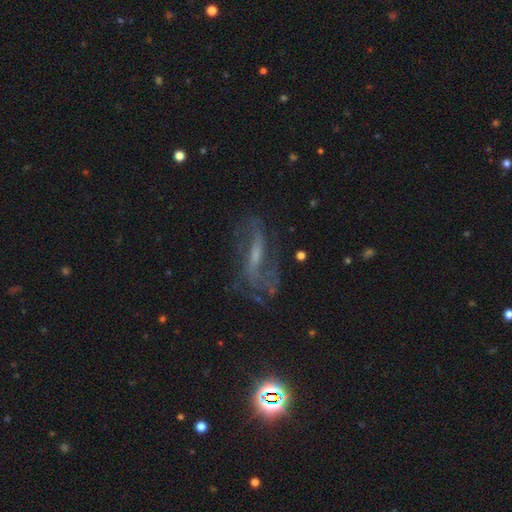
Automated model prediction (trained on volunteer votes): This is likely a featured or disk galaxy (72%). It is clearly not viewed edge-on (81%). Bar: marginally weak (40%). Spiral arm pattern: clearly yes (80%). Central bulge: marginally small (45%). Merging: possibly none (58%).